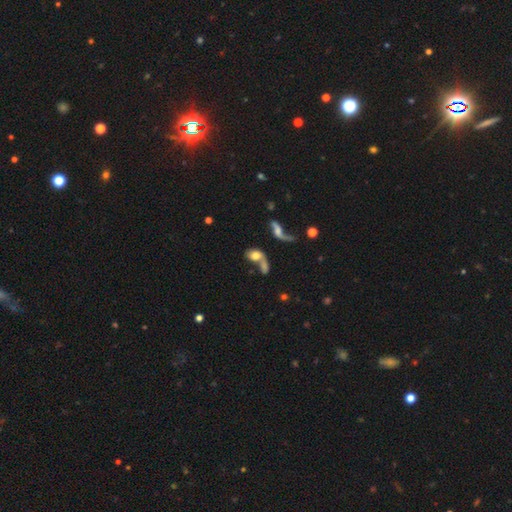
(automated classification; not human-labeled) Q: Smooth or featured?
A: smooth (60%); runner-up: featured or disk (29%)
Q: How rounded?
A: in between (68%); runner-up: round (28%)
Q: Merging?
A: merger (55%); runner-up: none (22%)